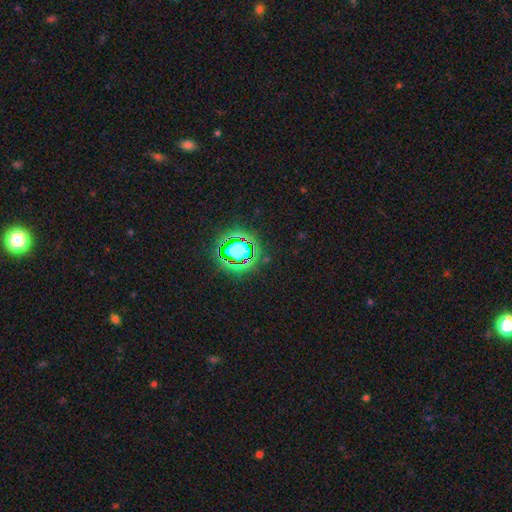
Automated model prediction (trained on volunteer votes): This is likely a star or artifact rather than a galaxy (79%).